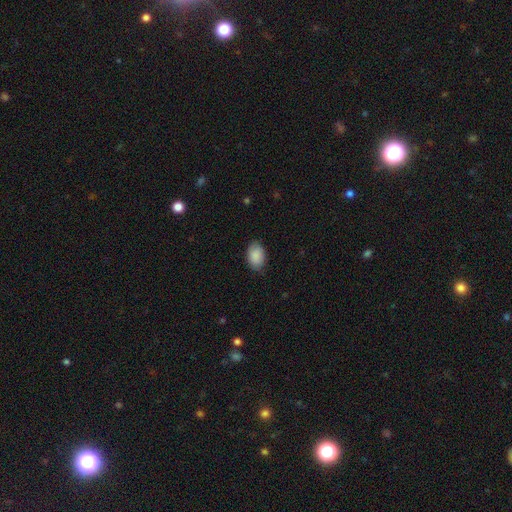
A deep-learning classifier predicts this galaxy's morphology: Smooth or featured?
  - smooth: 89% *
  - star or artifact: 6%
  - featured or disk: 5%
How rounded?
  - in between: 86% *
  - round: 13%
  - cigar-shaped: 1%
Merging?
  - none: 80% *
  - minor disturbance: 16%
  - major disturbance: 3%
  - merger: 1%